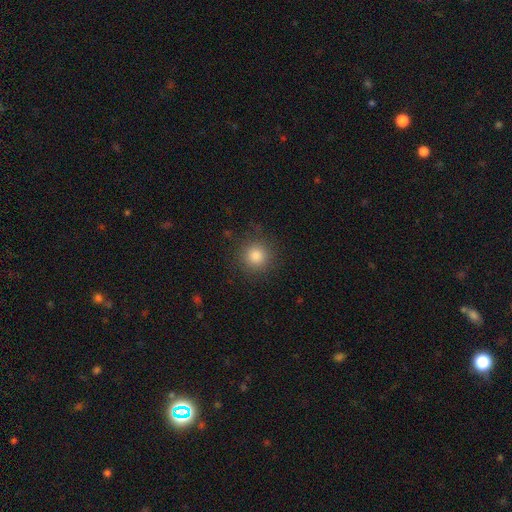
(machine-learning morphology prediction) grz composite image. It shows a smooth galaxy with no disk features (83%) that is round (94%). Merging: none (88%).